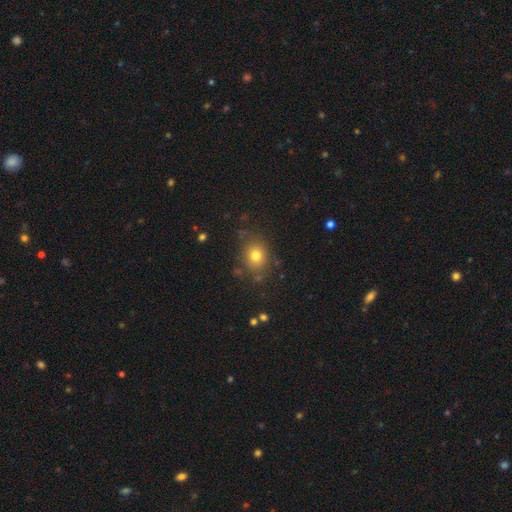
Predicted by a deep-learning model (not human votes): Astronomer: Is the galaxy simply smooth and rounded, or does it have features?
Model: smooth — 77%.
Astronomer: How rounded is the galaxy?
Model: round — 60% (runner-up: in between, 39%).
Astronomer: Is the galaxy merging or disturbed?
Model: none — 78%.